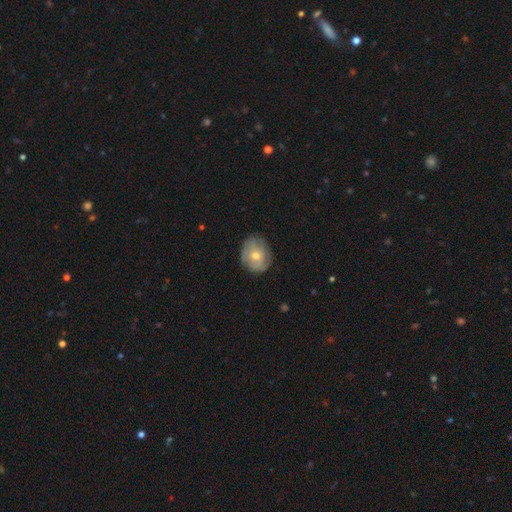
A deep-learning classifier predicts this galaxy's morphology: Smooth or featured? featured or disk (47%)
Merging? none (76%)